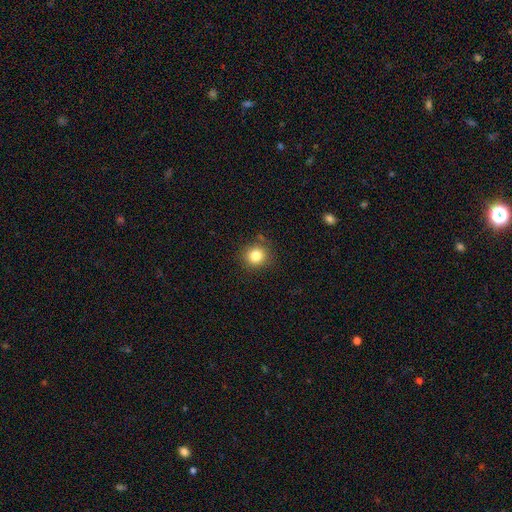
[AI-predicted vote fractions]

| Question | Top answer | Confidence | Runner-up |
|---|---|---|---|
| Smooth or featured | smooth | 82% | star or artifact (12%) |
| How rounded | round | 88% | in between (11%) |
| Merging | none | 85% | minor disturbance (10%) |